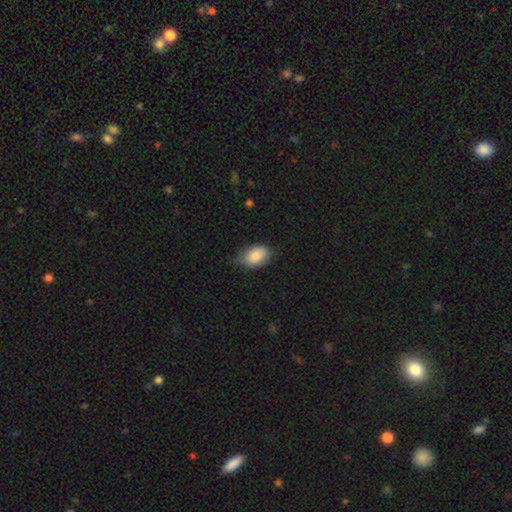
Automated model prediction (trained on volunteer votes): A smooth galaxy with no disk features (85%) that is in between round and cigar-shaped (88%). Merging: none (59%).